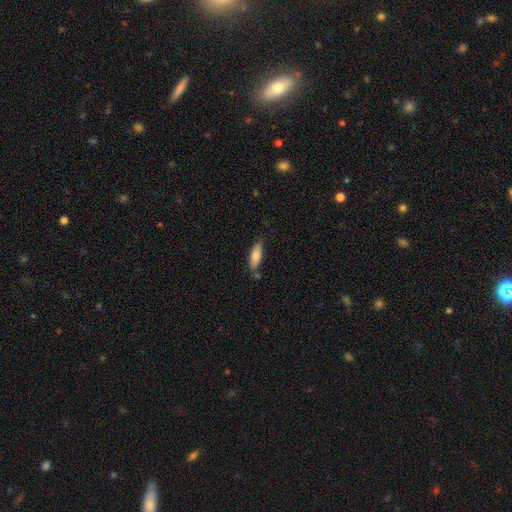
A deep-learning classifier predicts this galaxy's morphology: Q: Smooth or featured?
A: smooth (79%); runner-up: featured or disk (15%)
Q: How rounded?
A: in between (54%); runner-up: cigar-shaped (44%)
Q: Merging?
A: none (73%); runner-up: minor disturbance (17%)